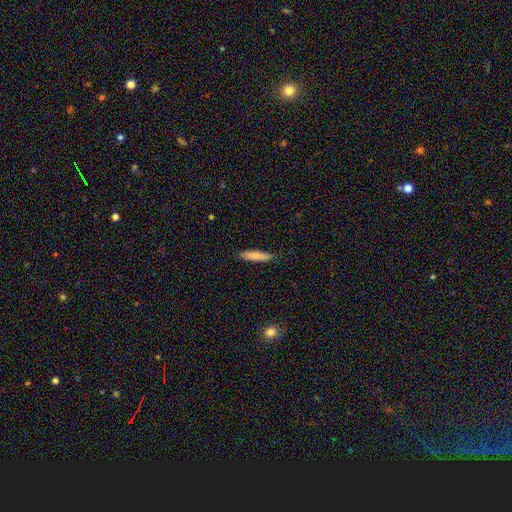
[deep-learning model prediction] This is clearly a smooth galaxy (83%). How rounded: clearly cigar-shaped (86%). Merging: clearly none (86%).